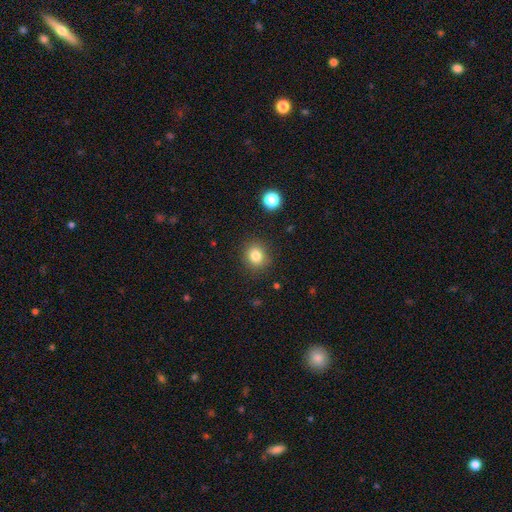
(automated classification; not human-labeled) The model was most divided on "how rounded": round: 80%, in between: 19%, cigar-shaped: 1%. More confident: merging — none (88%); smooth or featured — smooth (82%).